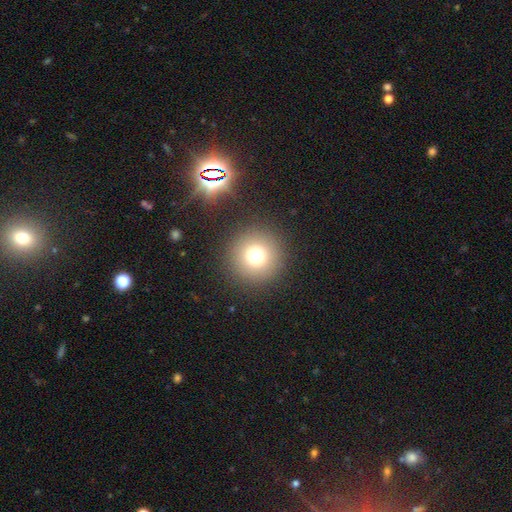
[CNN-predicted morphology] A smooth galaxy with no disk features (74%) that is round (96%).

Vote fractions:
- Smooth or featured? smooth: 74% / star or artifact: 16% / featured or disk: 10%
- How rounded? round: 96% / in between: 3% / cigar-shaped: 1%
- Merging? none: 89% / minor disturbance: 6% / major disturbance: 3% / merger: 2%